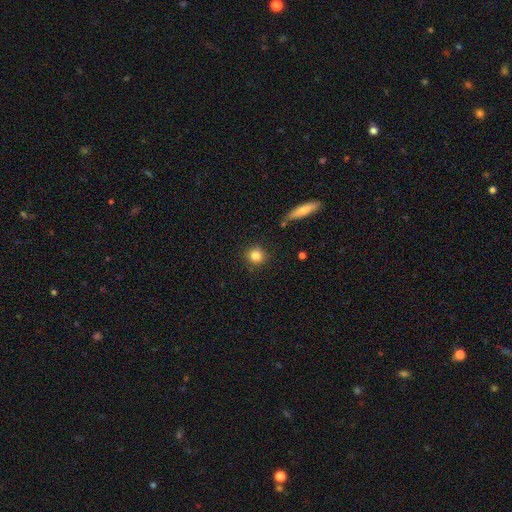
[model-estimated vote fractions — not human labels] smooth-or-featured: smooth: 83% | star or artifact: 10% | featured or disk: 7%
  how-rounded: round: 89% | in between: 9% | cigar-shaped: 2%
  merging: none: 86% | minor disturbance: 8% | merger: 3% | major disturbance: 2%